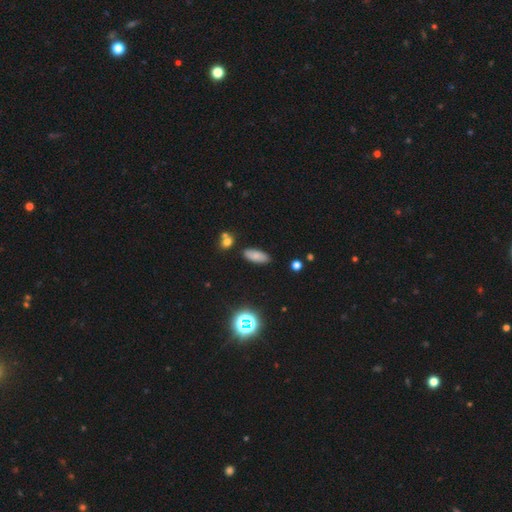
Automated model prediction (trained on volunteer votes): The model was most divided on "how rounded": in between: 77%, cigar-shaped: 20%, round: 3%. More confident: merging — none (83%); smooth or featured — smooth (76%).